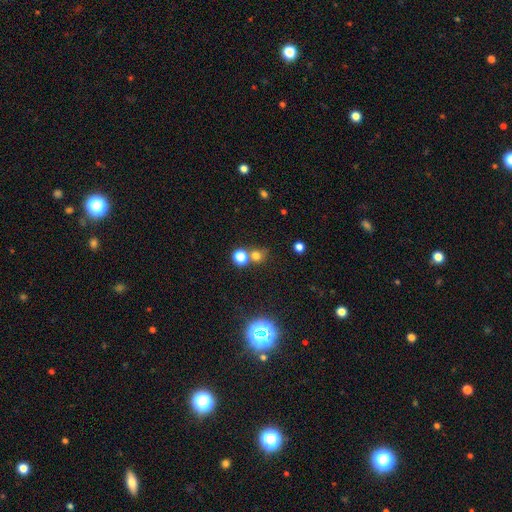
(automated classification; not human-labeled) Smooth or featured? smooth (68%)
How rounded? round (84%)
Merging? none (56%)